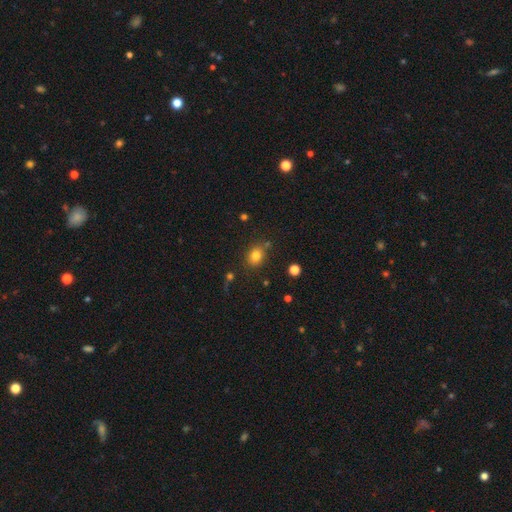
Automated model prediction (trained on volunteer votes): Morphology: type=smooth (79%); roundness=round (53%); merging=none (76%).